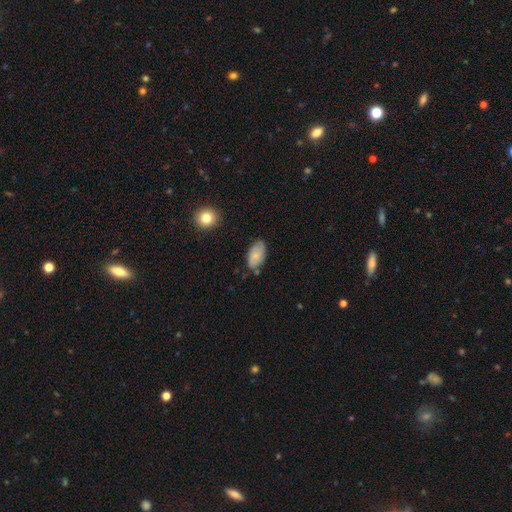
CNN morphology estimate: Smooth or featured? Predicted: smooth (p=0.74). How rounded? Predicted: in between (p=0.94). Merging? Predicted: none (p=0.67).